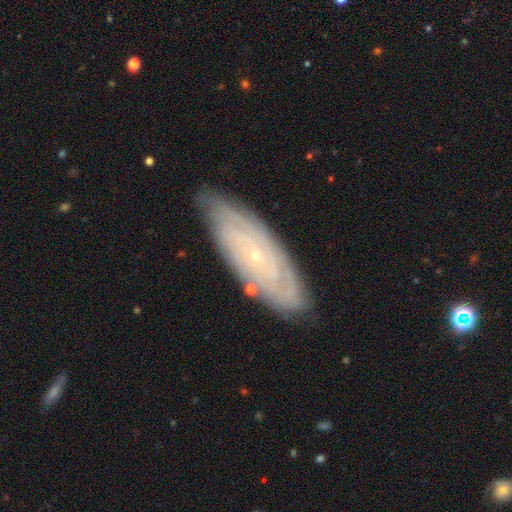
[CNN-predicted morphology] A featured or disk galaxy (76%) with no bar (81%), tight (80%) spiral arms (87%) and a small central bulge (88%). Merging: none (79%).